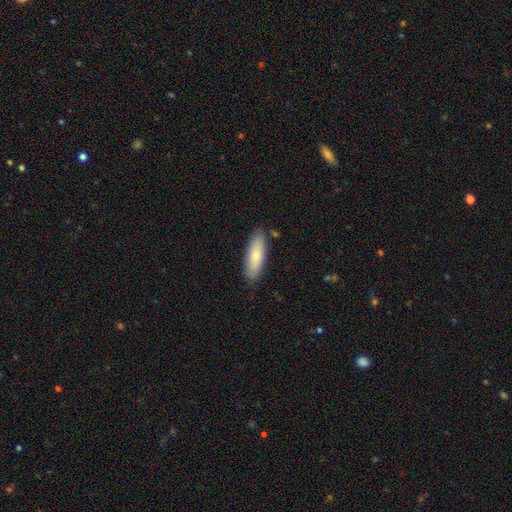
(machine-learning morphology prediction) type=smooth (75%); roundness=in between (57%); merging=none (86%).